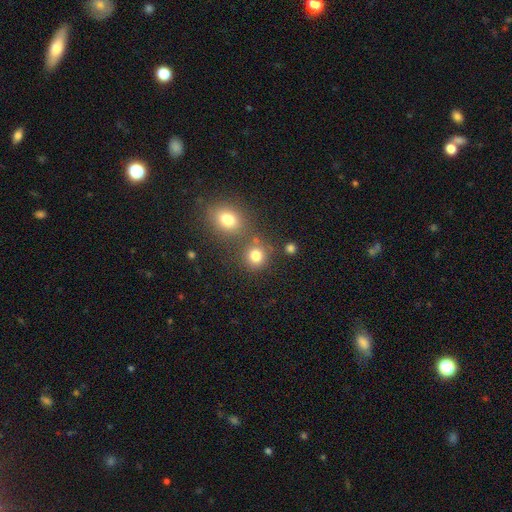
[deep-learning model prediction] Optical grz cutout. It shows a smooth galaxy with no disk features (79%) that is round (86%). Merging: none (67%).